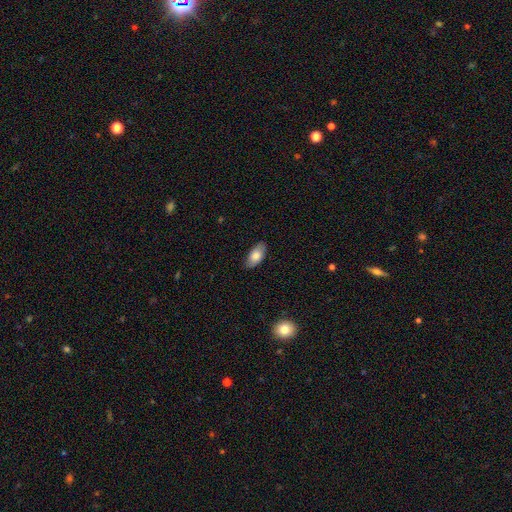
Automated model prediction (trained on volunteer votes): A smooth galaxy with no disk features (80%) that is in between round and cigar-shaped (93%).

Vote fractions:
- Smooth or featured? smooth: 80% / featured or disk: 14% / star or artifact: 6%
- How rounded? in between: 93% / cigar-shaped: 5% / round: 3%
- Merging? none: 84% / minor disturbance: 13% / major disturbance: 2% / merger: 1%